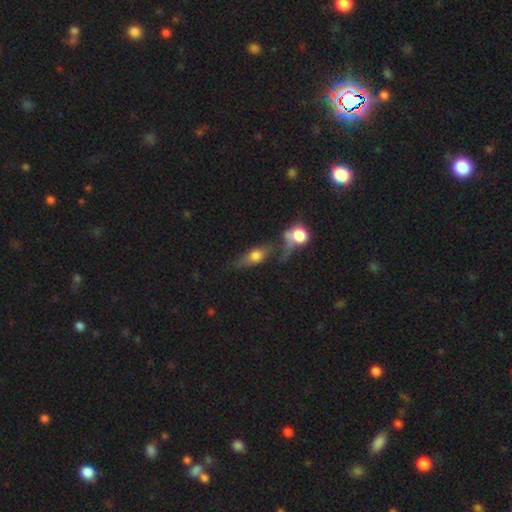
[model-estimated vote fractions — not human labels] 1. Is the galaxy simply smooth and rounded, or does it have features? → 54% smooth, 35% featured or disk, 11% star or artifact.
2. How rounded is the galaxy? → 63% in between, 19% round, 18% cigar-shaped.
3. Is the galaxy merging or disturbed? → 35% merger (tied), 35% none (tied), 15% minor disturbance, 15% major disturbance.